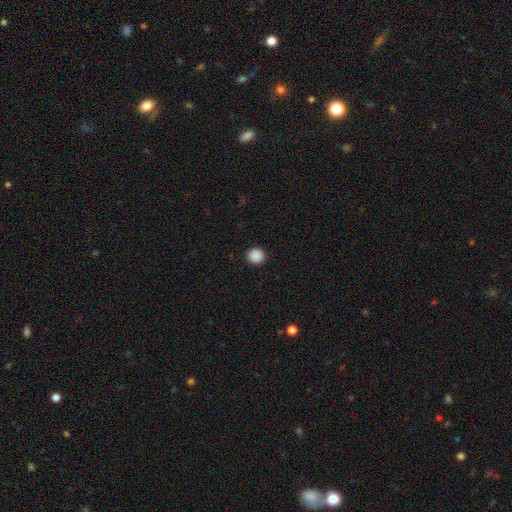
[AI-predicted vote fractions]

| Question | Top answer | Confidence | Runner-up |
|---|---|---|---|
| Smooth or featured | smooth | 89% | star or artifact (9%) |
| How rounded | round | 91% | in between (8%) |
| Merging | none | 93% | minor disturbance (5%) |